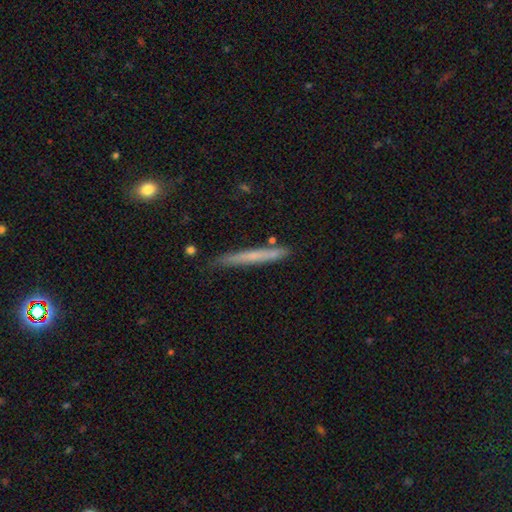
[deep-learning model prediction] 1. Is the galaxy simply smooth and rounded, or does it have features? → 58% smooth, 35% featured or disk, 6% star or artifact.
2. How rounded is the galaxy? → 96% cigar-shaped, 2% in between, 1% round.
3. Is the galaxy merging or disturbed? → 82% none, 13% minor disturbance, 2% merger, 2% major disturbance.